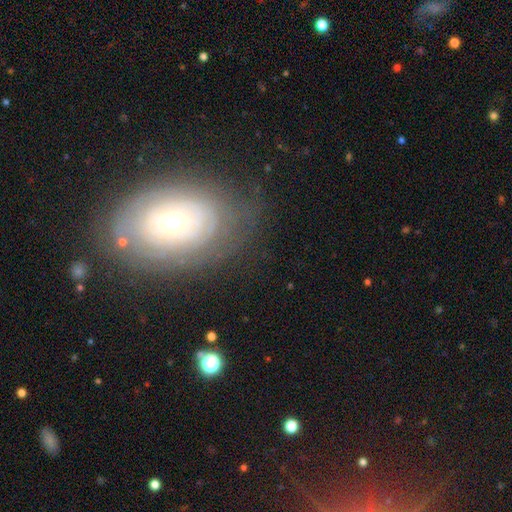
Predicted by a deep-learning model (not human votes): featured or disk 54%, smooth 32%, star or artifact 14%. Down the decision tree: edge-on disk — no (93%); merging — none (77%).